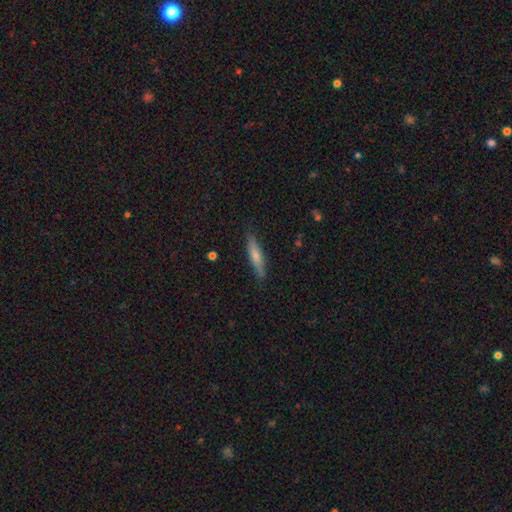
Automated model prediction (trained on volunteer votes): Smooth or featured?
  - smooth: 58% *
  - featured or disk: 35%
  - star or artifact: 7%
How rounded?
  - cigar-shaped: 87% *
  - in between: 11%
  - round: 2%
Merging?
  - none: 85% *
  - minor disturbance: 11%
  - major disturbance: 2%
  - merger: 1%